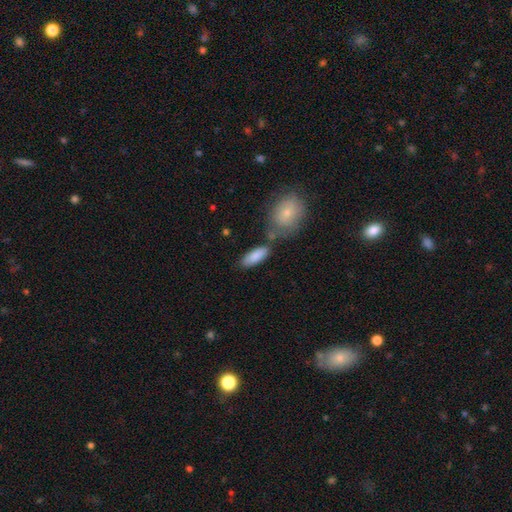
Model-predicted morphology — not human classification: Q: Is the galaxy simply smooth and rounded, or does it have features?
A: smooth — 86%.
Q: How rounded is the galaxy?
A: in between — 77%.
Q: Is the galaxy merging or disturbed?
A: none — 64%.